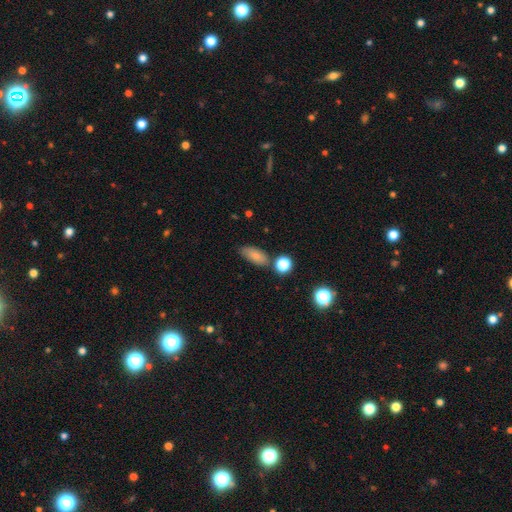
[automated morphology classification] Q: Smooth or featured?
A: smooth (80%); runner-up: star or artifact (10%)
Q: How rounded?
A: in between (83%); runner-up: cigar-shaped (12%)
Q: Merging?
A: none (72%); runner-up: minor disturbance (16%)